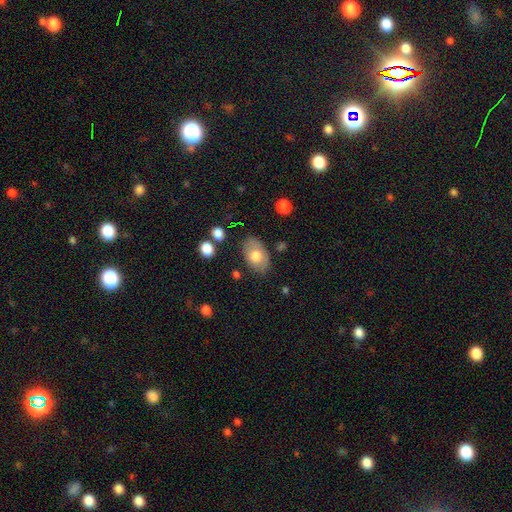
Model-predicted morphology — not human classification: The model was most divided on "smooth or featured": smooth: 69%, featured or disk: 24%, star or artifact: 7%. More confident: how rounded — in between (88%); merging — none (77%).